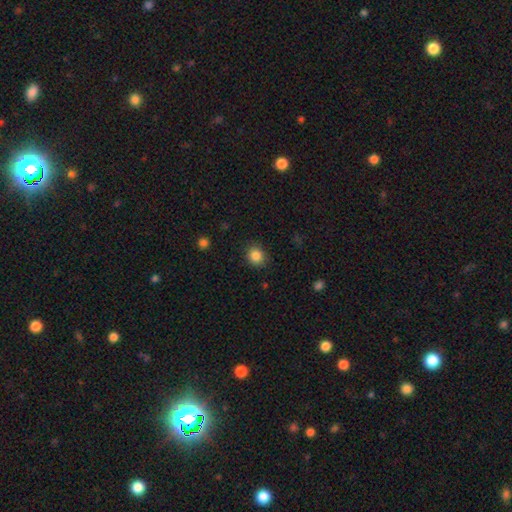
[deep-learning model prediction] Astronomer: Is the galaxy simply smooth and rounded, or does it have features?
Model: smooth — 85%.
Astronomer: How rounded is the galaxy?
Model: round — 76%.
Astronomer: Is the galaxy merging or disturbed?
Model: none — 87%.